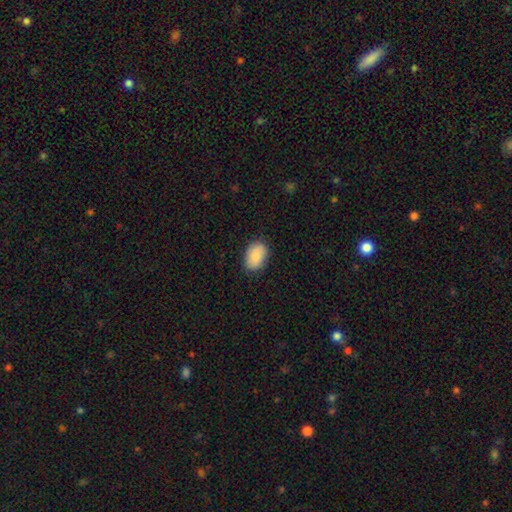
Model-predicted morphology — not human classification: Smooth or featured?
  - smooth: 87% *
  - star or artifact: 6%
  - featured or disk: 6%
How rounded?
  - in between: 86% *
  - round: 12%
  - cigar-shaped: 1%
Merging?
  - none: 84% *
  - minor disturbance: 13%
  - major disturbance: 3%
  - merger: 1%